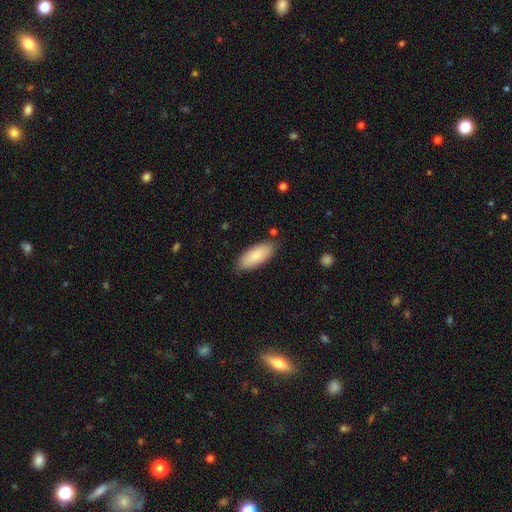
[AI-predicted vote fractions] smooth 82%, featured or disk 12%, star or artifact 6%. Down the decision tree: how rounded — in between (84%); merging — none (83%).